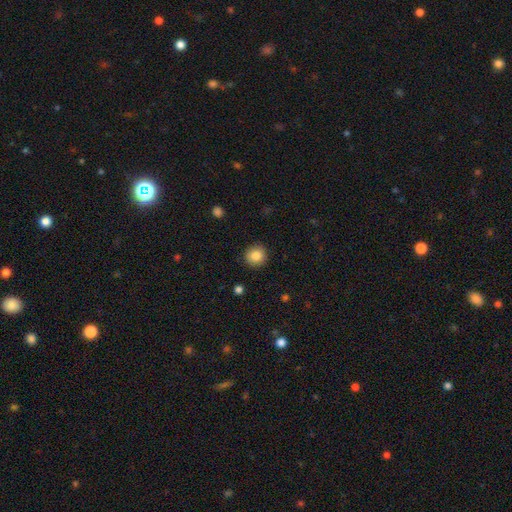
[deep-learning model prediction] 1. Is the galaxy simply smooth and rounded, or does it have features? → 84% smooth, 9% star or artifact, 6% featured or disk.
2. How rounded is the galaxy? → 92% round, 7% in between, 1% cigar-shaped.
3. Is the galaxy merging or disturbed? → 91% none, 6% minor disturbance, 2% major disturbance, 1% merger.